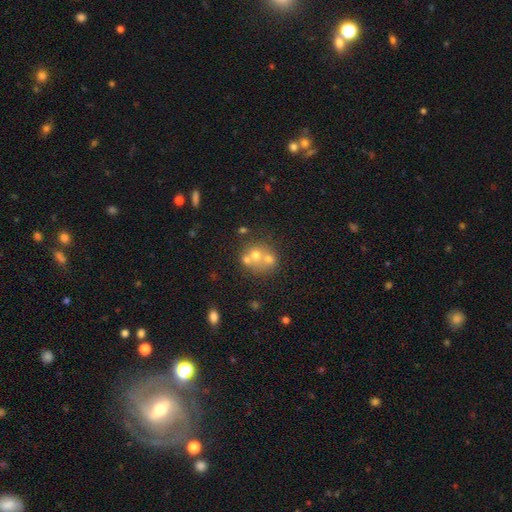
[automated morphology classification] Smooth or featured? Predicted: smooth (p=0.56). How rounded? Predicted: round (p=0.78). Merging? Predicted: merger (p=0.52).